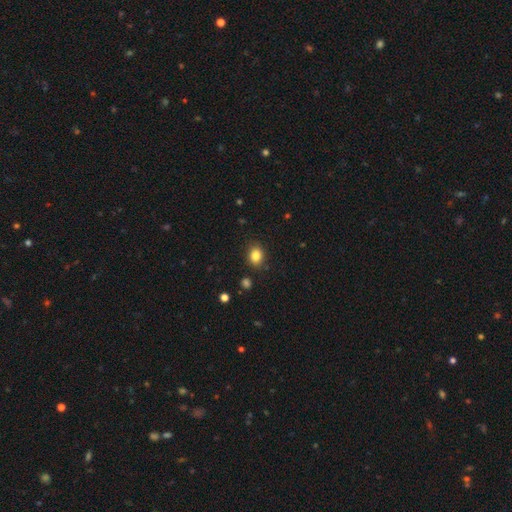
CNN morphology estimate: smooth_or_featured: smooth (p=0.84) [alt: star or artifact p=0.10]
how_rounded: in between (p=0.53) [alt: round p=0.46]
merging: none (p=0.86) [alt: minor disturbance p=0.10]